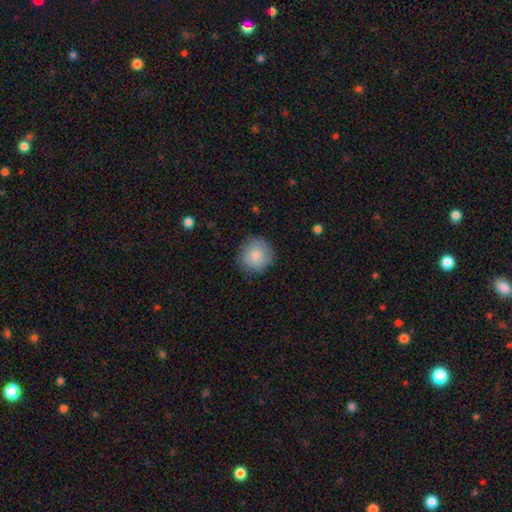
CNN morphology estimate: A smooth galaxy with no disk features (83%) that is round (92%).

Vote fractions:
- Smooth or featured? smooth: 83% / featured or disk: 10% / star or artifact: 7%
- How rounded? round: 92% / in between: 7% / cigar-shaped: 1%
- Merging? none: 83% / minor disturbance: 13% / major disturbance: 3% / merger: 1%